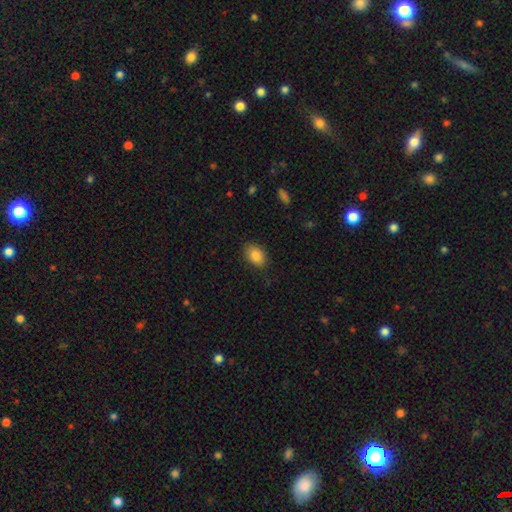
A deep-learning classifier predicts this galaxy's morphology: A smooth galaxy with no disk features (86%) that is in between round and cigar-shaped (83%). Merging: none (84%).